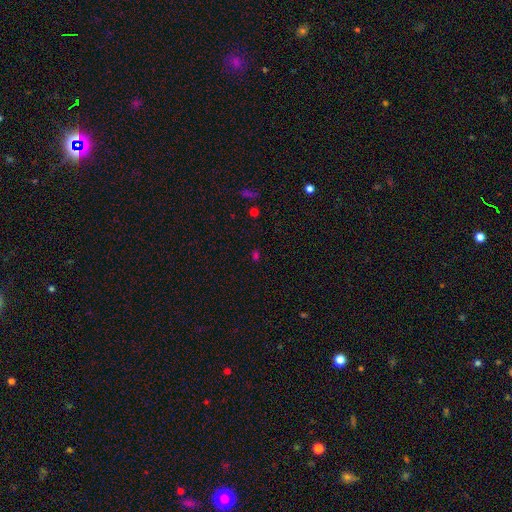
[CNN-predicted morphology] Smooth or featured: smooth — 51% (star or artifact — 43%)
How rounded: in between — 67% (round — 29%)
Merging: none — 77% (minor disturbance — 12%)